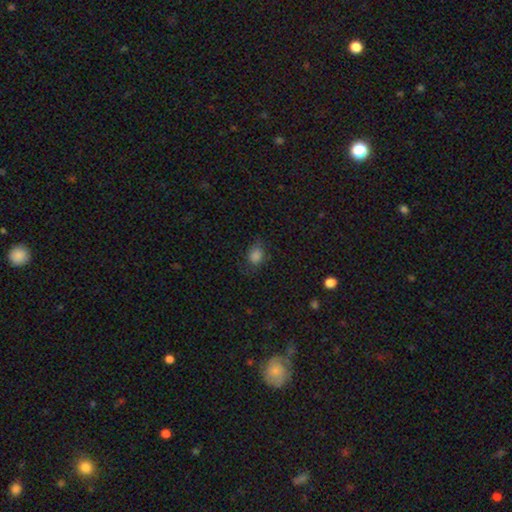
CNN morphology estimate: Smooth or featured? Predicted: smooth (p=0.80). How rounded? Predicted: in between (p=0.56). Merging? Predicted: none (p=0.69).